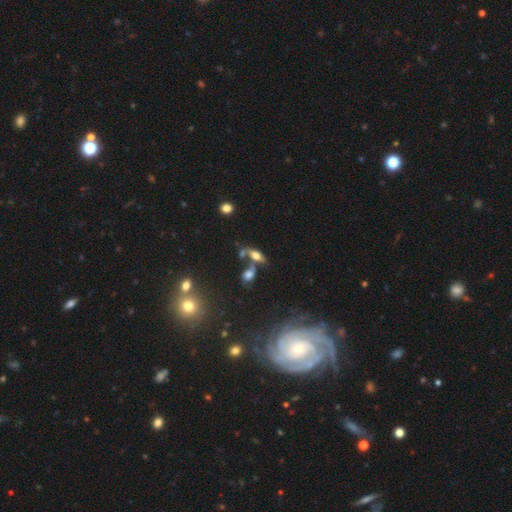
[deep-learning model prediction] Smooth or featured? Predicted: smooth (p=0.53). How rounded? Predicted: in between (p=0.67). Merging? Predicted: none (p=0.47).